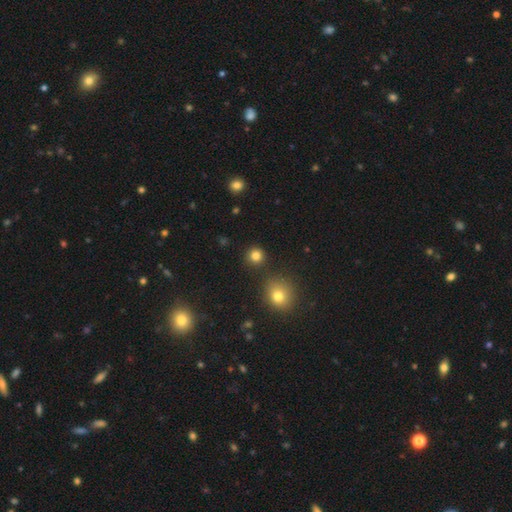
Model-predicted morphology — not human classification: Smooth or featured? smooth (82%)
How rounded? round (93%)
Merging? none (88%)